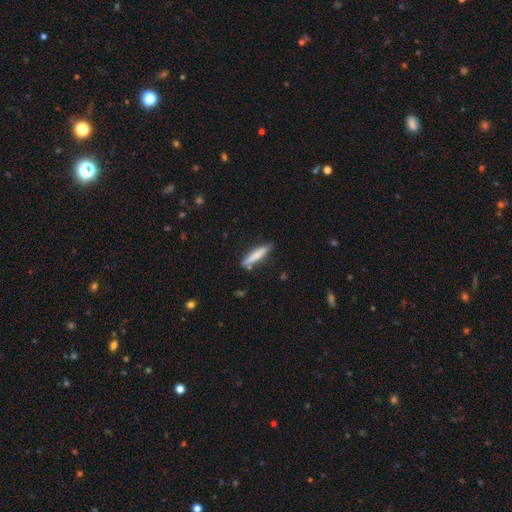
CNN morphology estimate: Smooth or featured? Predicted: smooth (p=0.72). How rounded? Predicted: cigar-shaped (p=0.87). Merging? Predicted: none (p=0.76).